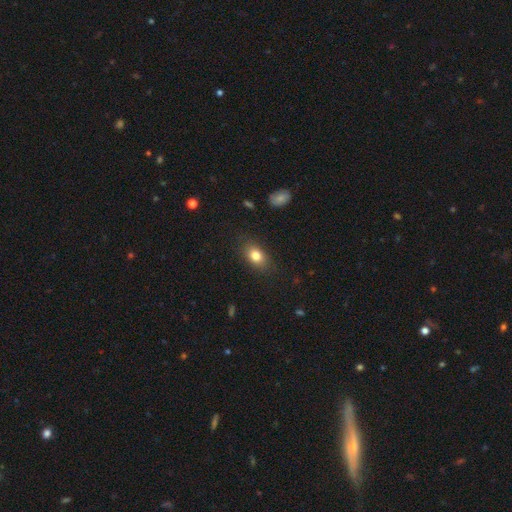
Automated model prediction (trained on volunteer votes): Smooth or featured: smooth — 81% (featured or disk — 10%)
How rounded: in between — 80% (round — 18%)
Merging: none — 83% (minor disturbance — 12%)